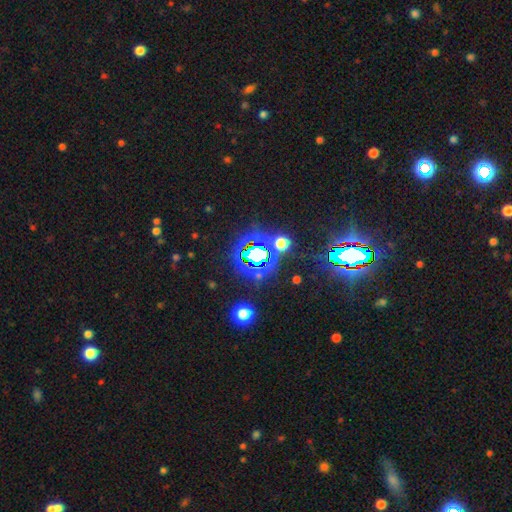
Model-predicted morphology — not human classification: Smooth or featured: star or artifact — 82% (smooth — 11%)